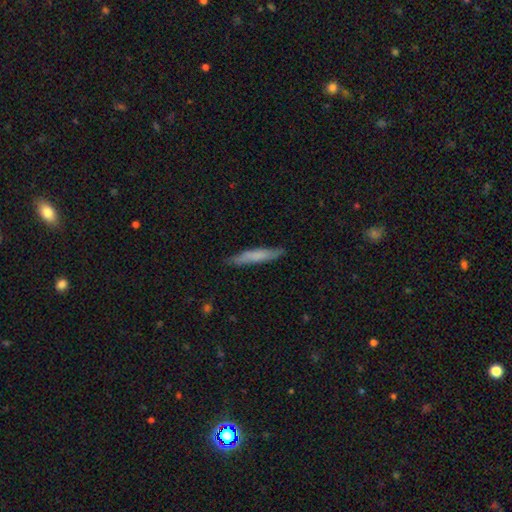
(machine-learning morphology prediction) Smooth or featured? smooth (67%)
How rounded? cigar-shaped (93%)
Merging? none (86%)